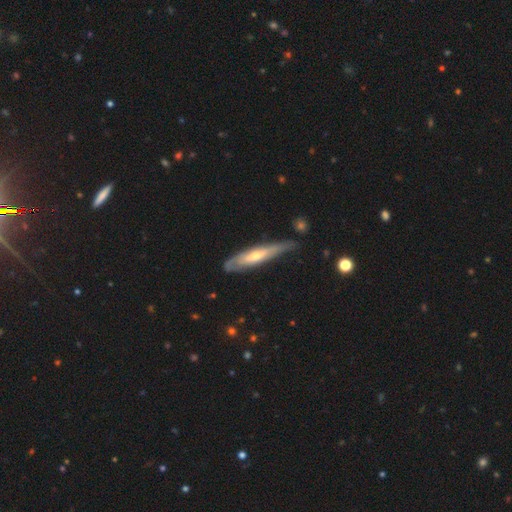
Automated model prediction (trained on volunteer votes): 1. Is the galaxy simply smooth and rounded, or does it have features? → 63% featured or disk, 32% smooth, 5% star or artifact.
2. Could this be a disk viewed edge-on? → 67% yes, 33% no.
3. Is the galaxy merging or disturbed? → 67% none, 24% minor disturbance, 6% major disturbance, 3% merger.